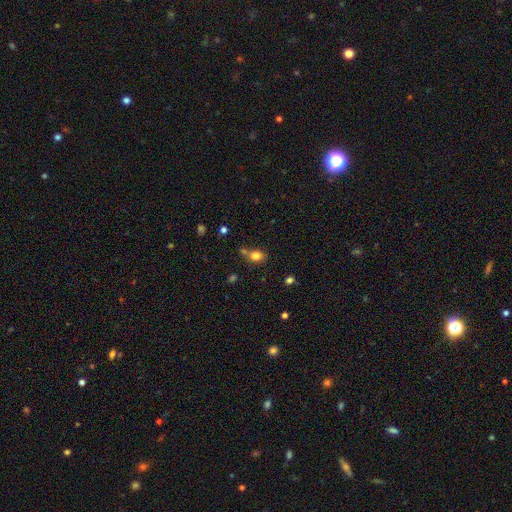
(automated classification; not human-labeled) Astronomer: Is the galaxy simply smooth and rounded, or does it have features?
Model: smooth — 80%.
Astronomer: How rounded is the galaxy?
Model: in between — 53% (runner-up: round, 46%).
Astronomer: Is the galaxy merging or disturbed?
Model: none — 57%.